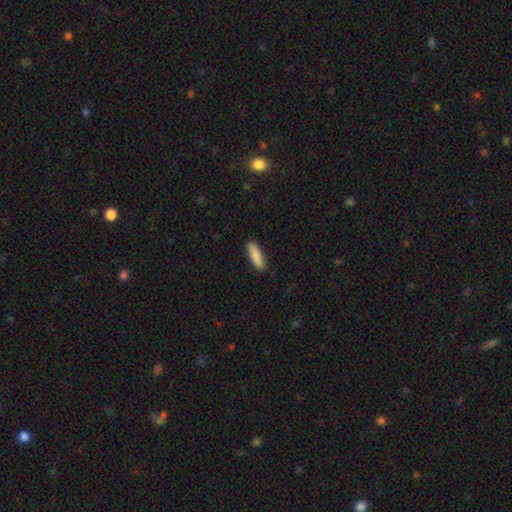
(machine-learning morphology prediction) Q: Smooth or featured?
A: smooth (88%); runner-up: star or artifact (6%)
Q: How rounded?
A: cigar-shaped (62%); runner-up: in between (37%)
Q: Merging?
A: none (88%); runner-up: minor disturbance (9%)